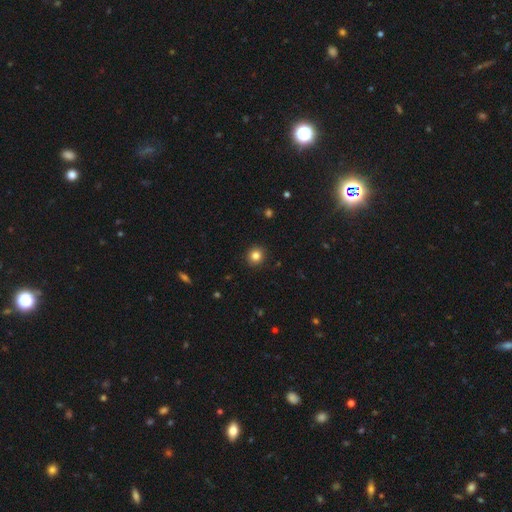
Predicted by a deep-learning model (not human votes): smooth 83%, star or artifact 11%, featured or disk 6%. Down the decision tree: how rounded — round (91%); merging — none (92%).